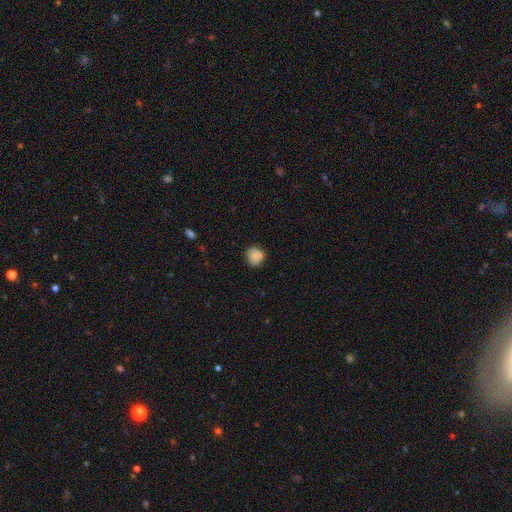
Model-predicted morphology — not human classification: The model was most divided on "merging": none: 77%, minor disturbance: 19%, major disturbance: 3%, merger: 1%. More confident: how rounded — round (86%); smooth or featured — smooth (84%).